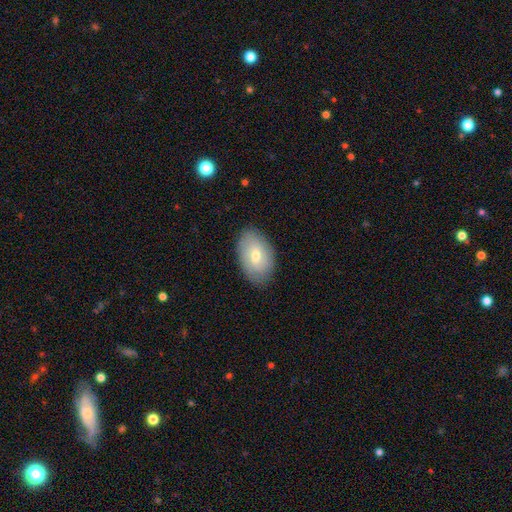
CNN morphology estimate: Smooth or featured: smooth — 57% (featured or disk — 36%)
How rounded: in between — 90% (round — 8%)
Merging: none — 84% (minor disturbance — 12%)